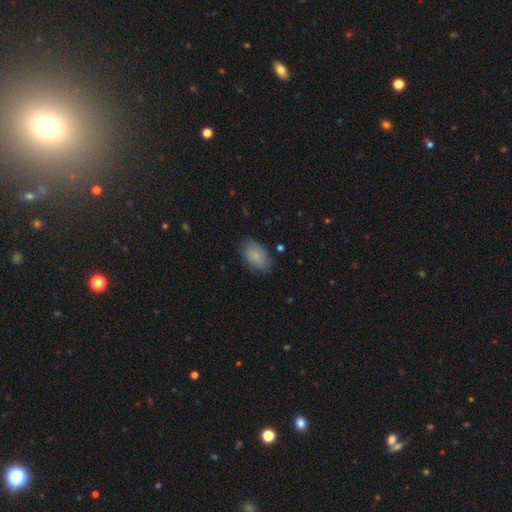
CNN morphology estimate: This is clearly a smooth galaxy (83%). How rounded: clearly in between (91%). Merging: likely none (78%).